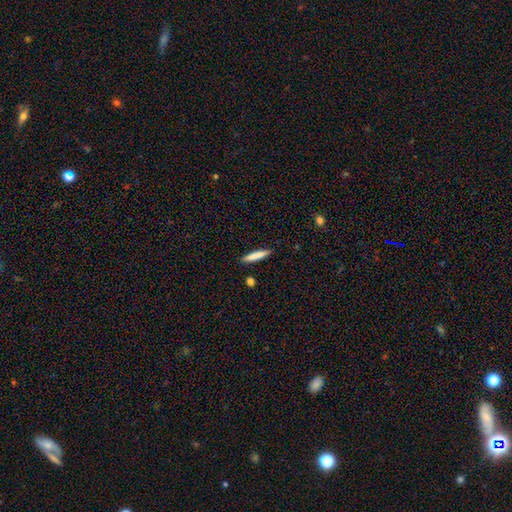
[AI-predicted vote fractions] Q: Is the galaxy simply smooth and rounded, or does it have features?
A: smooth — 79%.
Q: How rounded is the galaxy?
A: cigar-shaped — 92%.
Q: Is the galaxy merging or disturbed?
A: none — 90%.